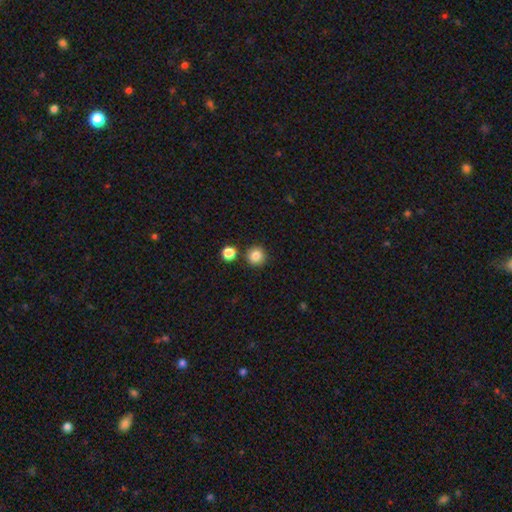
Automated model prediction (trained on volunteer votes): This is clearly a smooth galaxy (84%). How rounded: clearly round (94%). Merging: clearly none (86%).